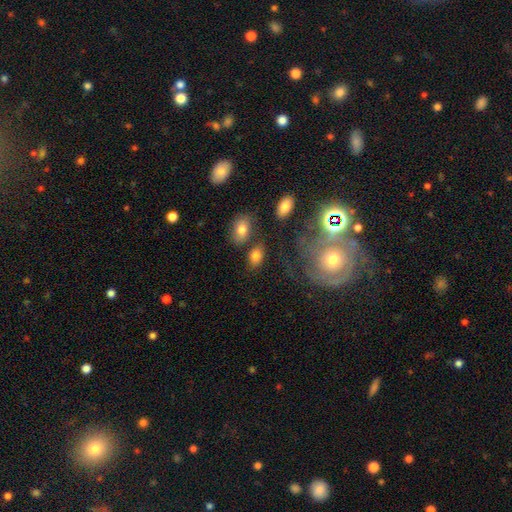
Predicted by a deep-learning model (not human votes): A smooth galaxy with no disk features (79%) that is in between round and cigar-shaped (84%).

Vote fractions:
- Smooth or featured? smooth: 79% / featured or disk: 11% / star or artifact: 10%
- How rounded? in between: 84% / round: 15% / cigar-shaped: 2%
- Merging? none: 70% / minor disturbance: 15% / merger: 9% / major disturbance: 6%